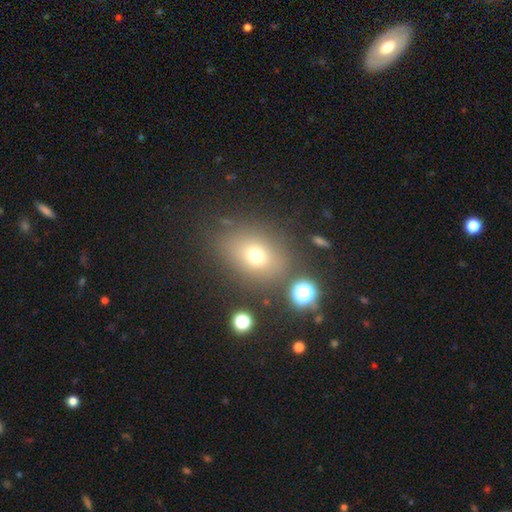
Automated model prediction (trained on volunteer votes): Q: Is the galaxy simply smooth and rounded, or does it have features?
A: smooth — 68%.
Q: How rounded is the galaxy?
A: in between — 53%.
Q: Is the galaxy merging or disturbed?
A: none — 78%.